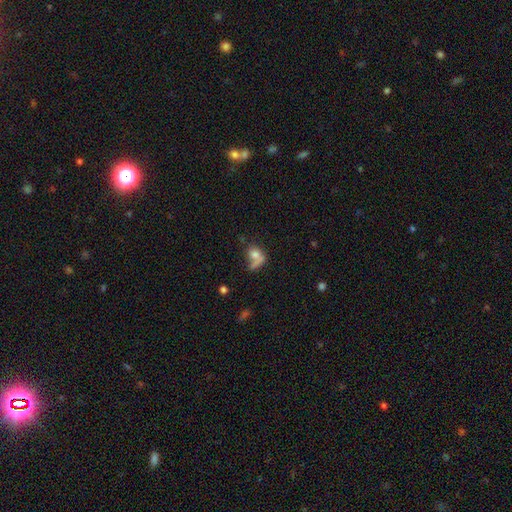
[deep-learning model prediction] This is likely a smooth galaxy (71%). How rounded: possibly in between (54%). Merging: marginally merger (37%).